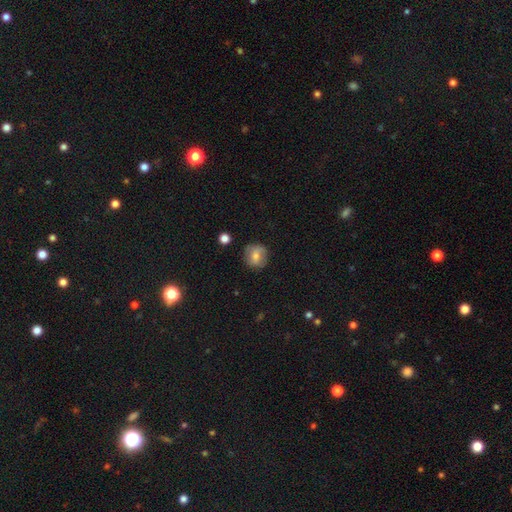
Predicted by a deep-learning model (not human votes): Overall: smooth (70%). How rounded: round (88%). Merging: none (79%).